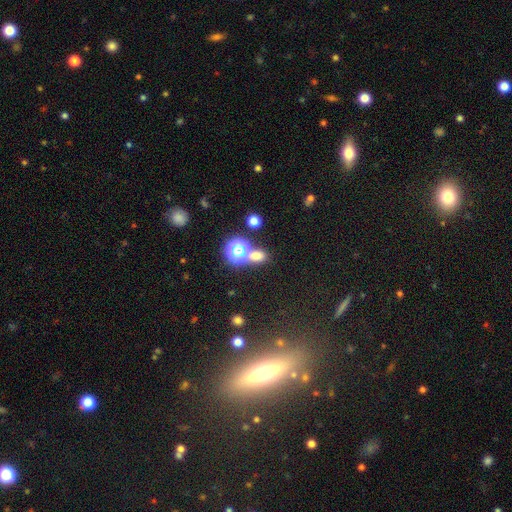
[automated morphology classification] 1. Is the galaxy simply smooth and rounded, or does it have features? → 67% smooth, 26% star or artifact, 7% featured or disk.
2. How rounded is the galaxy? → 51% round, 47% in between, 2% cigar-shaped.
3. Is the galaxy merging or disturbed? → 61% none, 25% merger, 9% minor disturbance, 4% major disturbance.